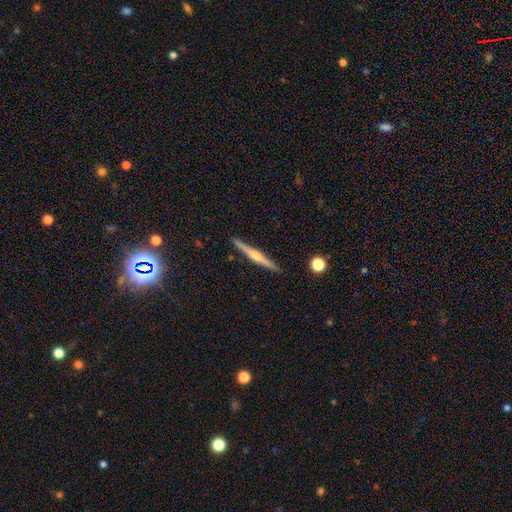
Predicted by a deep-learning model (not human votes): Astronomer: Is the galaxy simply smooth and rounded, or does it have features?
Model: featured or disk — 71%.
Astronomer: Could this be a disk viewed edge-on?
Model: yes — 98%.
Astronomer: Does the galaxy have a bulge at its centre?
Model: rounded — 79%.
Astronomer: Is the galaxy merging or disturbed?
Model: none — 91%.